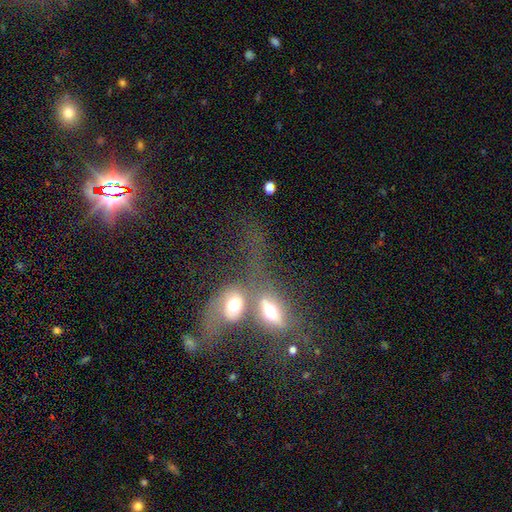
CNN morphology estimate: Smooth or featured: featured or disk — 37% (smooth — 36%)
Merging: merger — 65% (none — 16%)